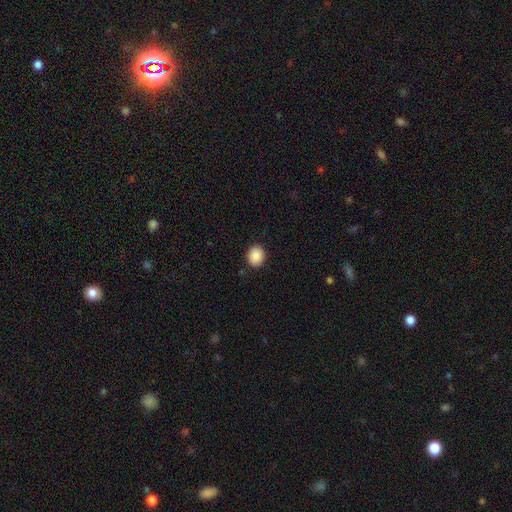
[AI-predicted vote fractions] Smooth or featured?
  - smooth: 89% *
  - star or artifact: 8%
  - featured or disk: 3%
How rounded?
  - round: 72% *
  - in between: 27%
  - cigar-shaped: 1%
Merging?
  - none: 89% *
  - minor disturbance: 7%
  - major disturbance: 2%
  - merger: 1%